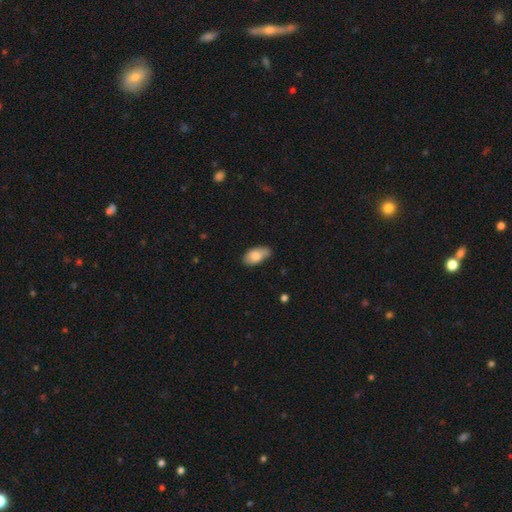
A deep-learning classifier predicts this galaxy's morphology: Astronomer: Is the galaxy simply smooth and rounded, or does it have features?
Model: smooth — 81%.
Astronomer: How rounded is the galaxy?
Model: in between — 93%.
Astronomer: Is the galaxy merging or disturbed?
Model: none — 61%.